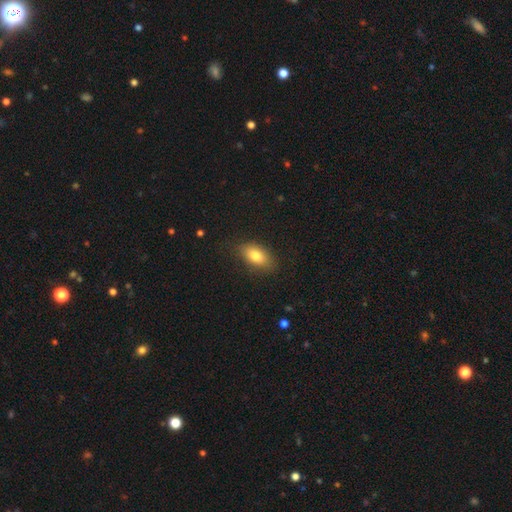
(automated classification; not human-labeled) Smooth or featured? smooth (80%)
How rounded? in between (88%)
Merging? none (82%)